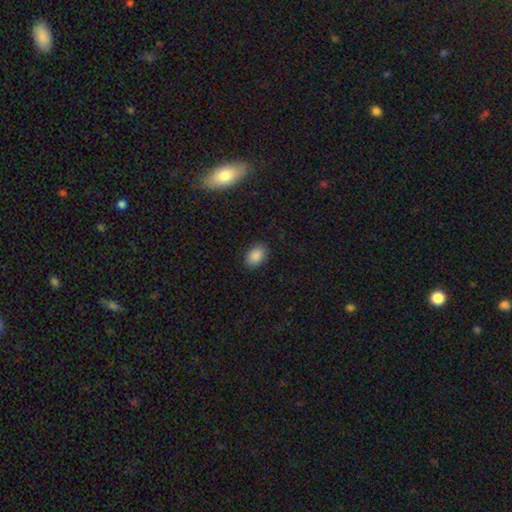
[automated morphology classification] This appears to be a smooth galaxy with no disk features (88%) that is in between round and cigar-shaped (85%). Merging: none (88%).